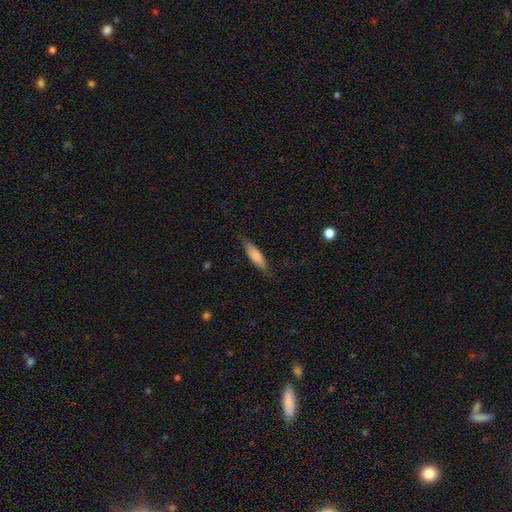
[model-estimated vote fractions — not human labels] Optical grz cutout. It shows a smooth galaxy with no disk features (77%) that is cigar-shaped (62%). Merging: none (81%).